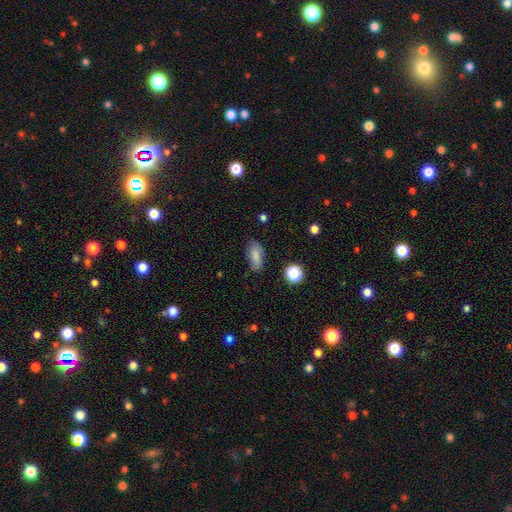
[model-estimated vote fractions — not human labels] Smooth or featured? Predicted: smooth (p=0.78). How rounded? Predicted: in between (p=0.85). Merging? Predicted: none (p=0.71).